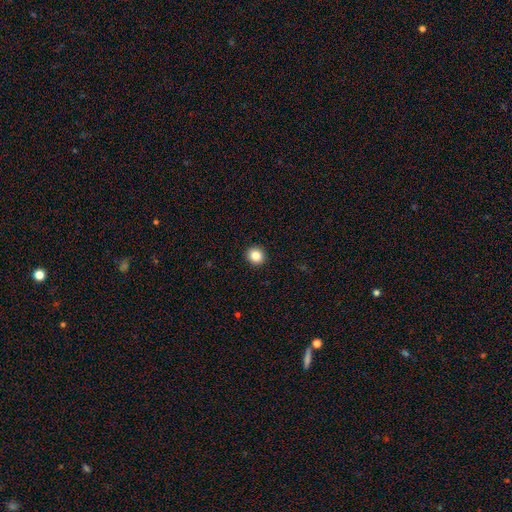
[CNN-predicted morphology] type=smooth (85%); roundness=round (91%); merging=none (93%).